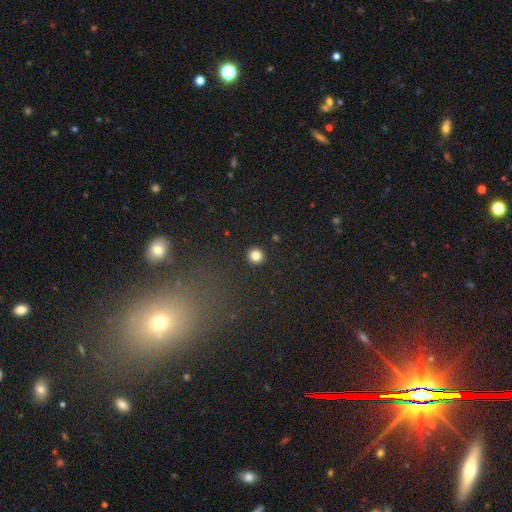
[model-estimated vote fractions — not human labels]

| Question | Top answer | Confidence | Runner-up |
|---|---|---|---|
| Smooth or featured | smooth | 83% | star or artifact (12%) |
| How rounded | round | 93% | in between (6%) |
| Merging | none | 93% | minor disturbance (4%) |